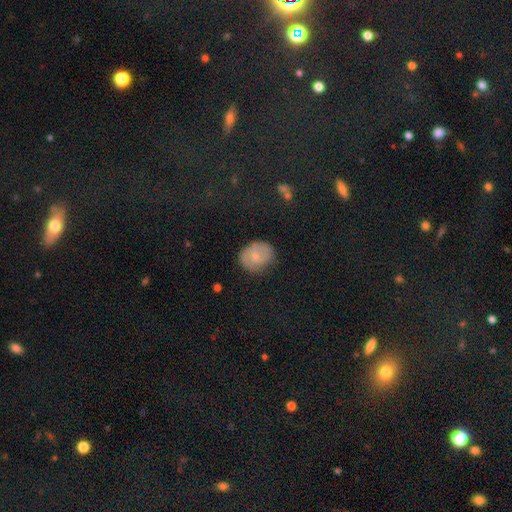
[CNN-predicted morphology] Smooth or featured? smooth (47%)
Merging? none (74%)